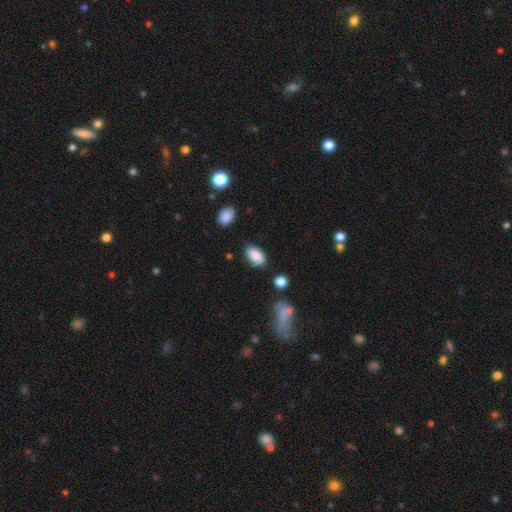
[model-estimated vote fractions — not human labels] Overall: smooth (87%). How rounded: in between (93%). Merging: none (80%).